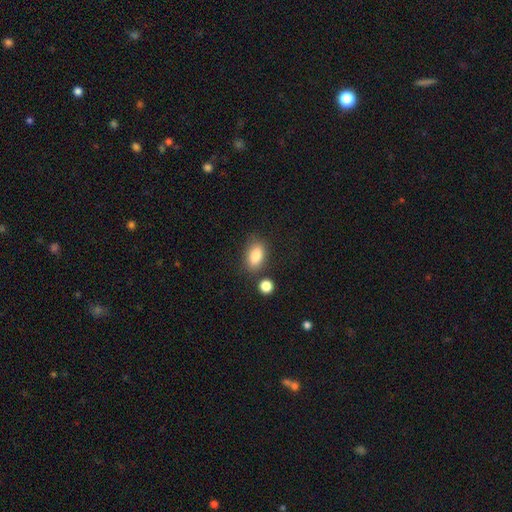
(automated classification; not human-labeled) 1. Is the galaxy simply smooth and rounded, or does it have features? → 84% smooth, 8% star or artifact, 8% featured or disk.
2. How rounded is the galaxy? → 87% in between, 9% round, 4% cigar-shaped.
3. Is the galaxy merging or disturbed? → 73% none, 15% minor disturbance, 8% merger, 4% major disturbance.